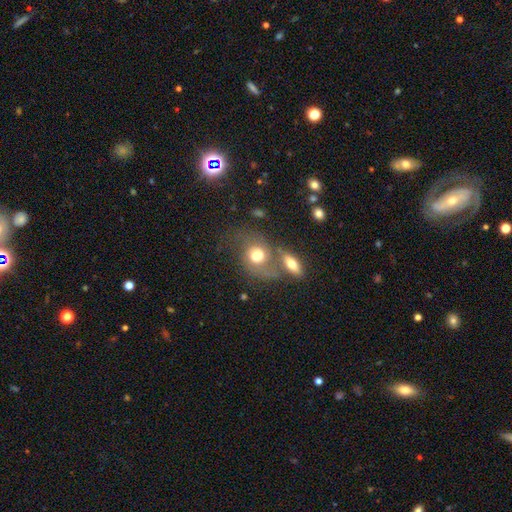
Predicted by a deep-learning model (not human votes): This appears to be a smooth galaxy with no disk features (58%) that is in between round and cigar-shaped (53%). Merging: merger (37%).